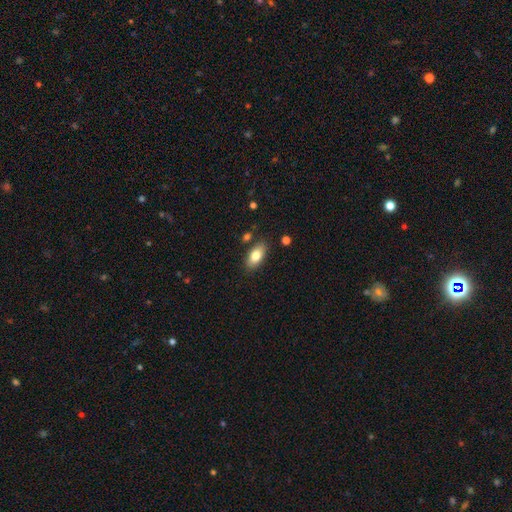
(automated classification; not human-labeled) The model was most divided on "smooth or featured": smooth: 80%, featured or disk: 13%, star or artifact: 7%. More confident: how rounded — in between (90%); merging — none (84%).